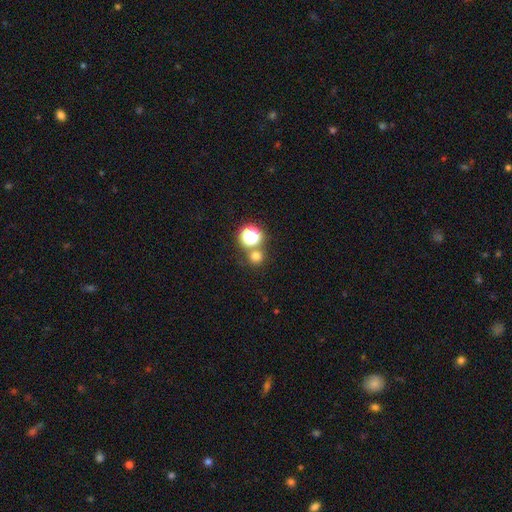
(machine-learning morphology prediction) A smooth galaxy with no disk features (68%) that is round (91%). Merging: none (69%).